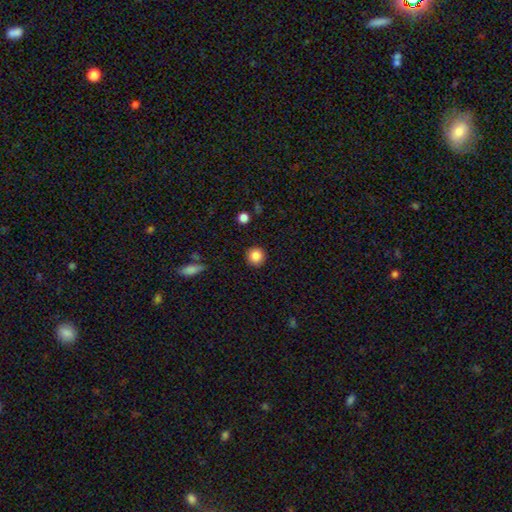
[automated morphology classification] Smooth or featured: smooth — 86% (star or artifact — 9%)
How rounded: round — 94% (in between — 5%)
Merging: none — 91% (minor disturbance — 6%)